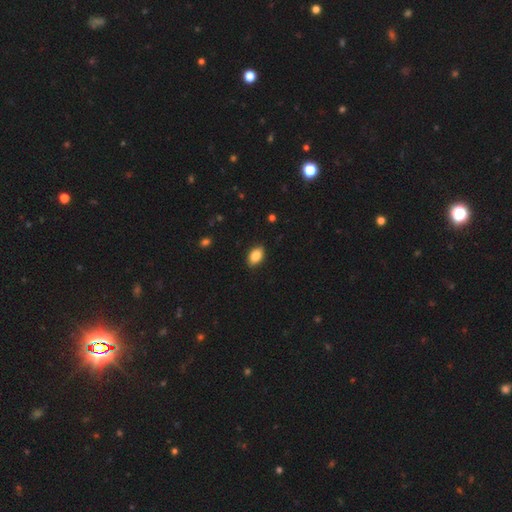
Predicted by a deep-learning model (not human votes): A smooth galaxy with no disk features (86%) that is in between round and cigar-shaped (90%). Merging: none (89%).